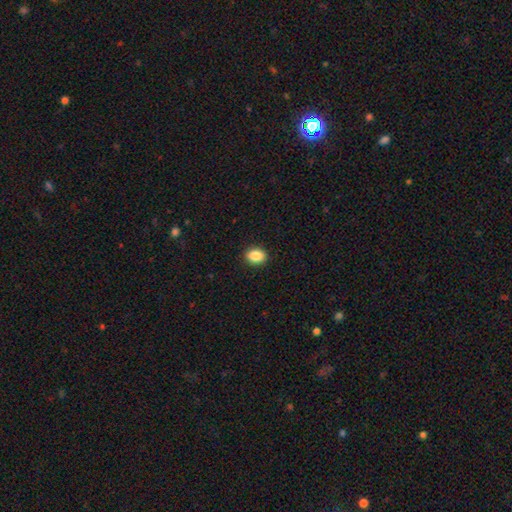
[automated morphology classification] Overall: smooth (89%). How rounded: in between (70%). Merging: none (91%).